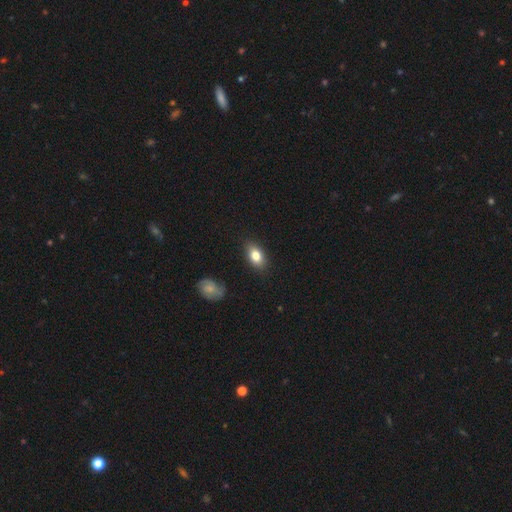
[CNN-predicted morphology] Smooth or featured? Predicted: smooth (p=0.80). How rounded? Predicted: in between (p=0.87). Merging? Predicted: none (p=0.84).